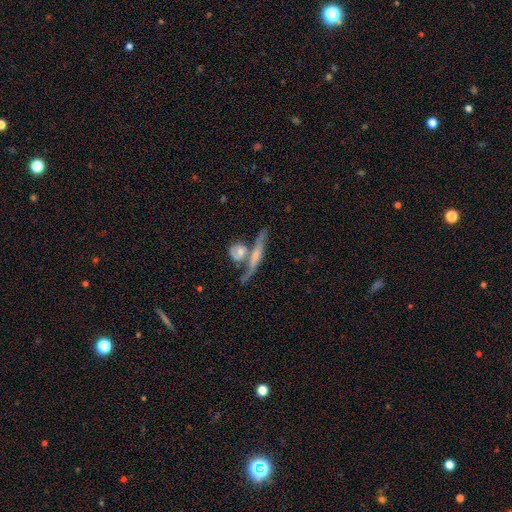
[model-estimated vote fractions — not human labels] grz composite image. It shows a featured or disk galaxy (61%) viewed edge-on (69%). Merging: none (43%).